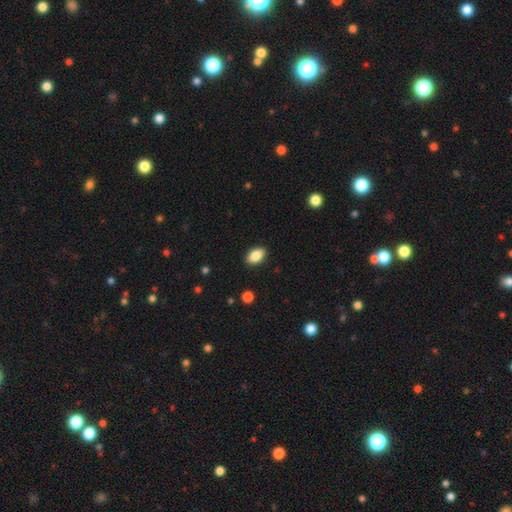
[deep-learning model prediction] Smooth or featured?
  - smooth: 86% *
  - star or artifact: 8%
  - featured or disk: 6%
How rounded?
  - in between: 91% *
  - round: 7%
  - cigar-shaped: 2%
Merging?
  - none: 89% *
  - minor disturbance: 8%
  - major disturbance: 2%
  - merger: 1%